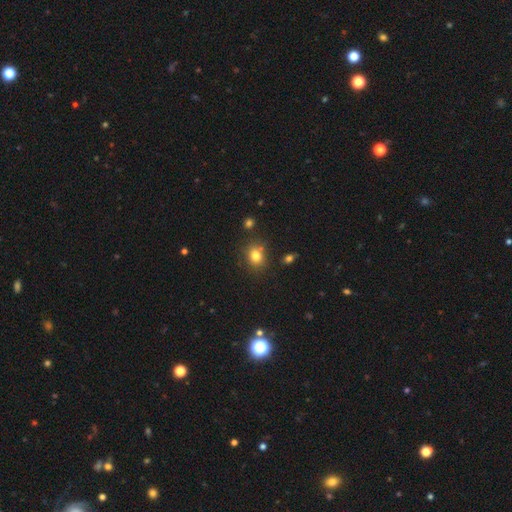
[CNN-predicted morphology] A smooth galaxy with no disk features (79%) that is round (64%).

Vote fractions:
- Smooth or featured? smooth: 79% / star or artifact: 13% / featured or disk: 7%
- How rounded? round: 64% / in between: 35% / cigar-shaped: 1%
- Merging? none: 76% / minor disturbance: 12% / merger: 8% / major disturbance: 4%